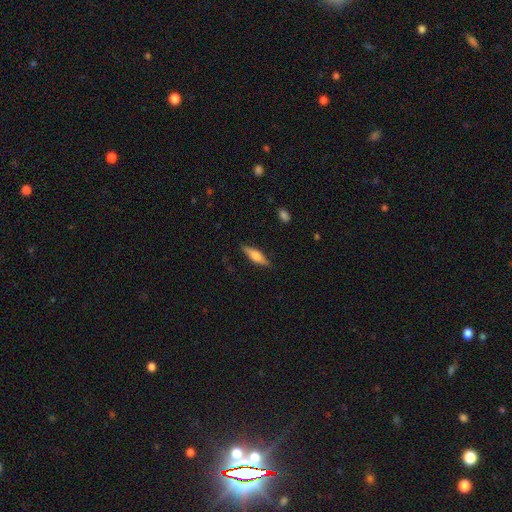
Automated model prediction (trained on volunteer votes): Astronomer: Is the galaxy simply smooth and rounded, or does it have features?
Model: smooth — 47% (runner-up: featured or disk, 46%).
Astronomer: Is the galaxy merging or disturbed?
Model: none — 86%.